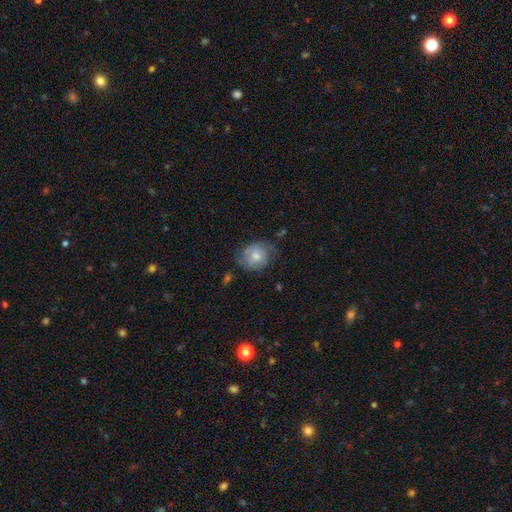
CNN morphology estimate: Overall: featured or disk (48%; smooth 45%). Merging: none (61%; minor disturbance 27%).